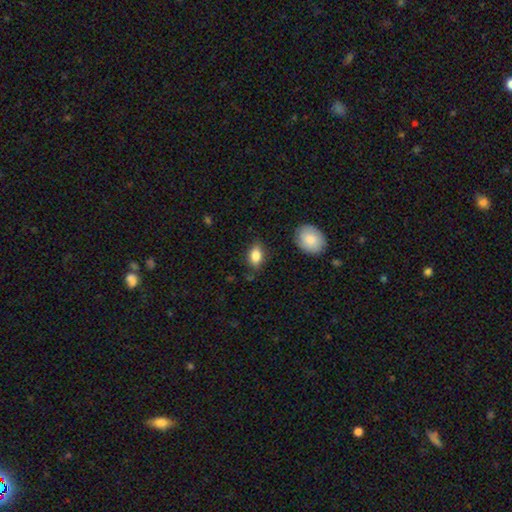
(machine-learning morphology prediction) This is clearly a smooth galaxy (86%). How rounded: clearly in between (87%). Merging: likely none (79%).